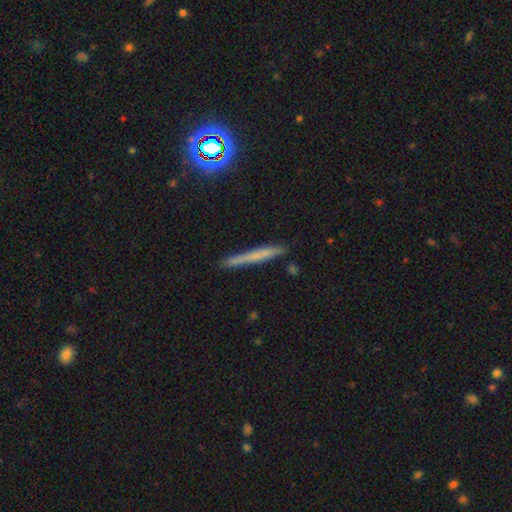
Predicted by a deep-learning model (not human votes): This appears to be a smooth galaxy with no disk features (54%) that is cigar-shaped (96%). Merging: none (87%).